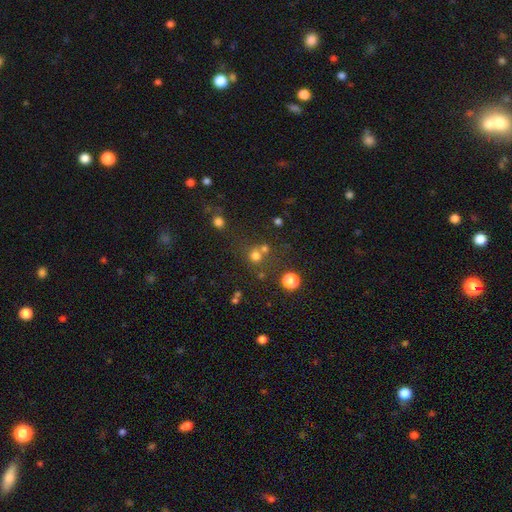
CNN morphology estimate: Overall: smooth (69%). How rounded: round (88%). Merging: none (58%; merger 28%).